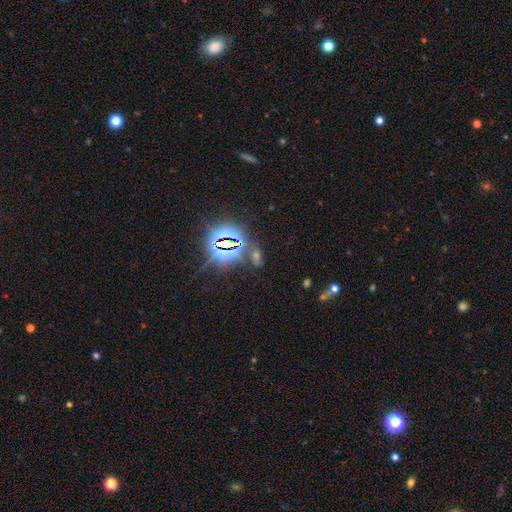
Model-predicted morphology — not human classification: A star or artifact, not a galaxy (73%).